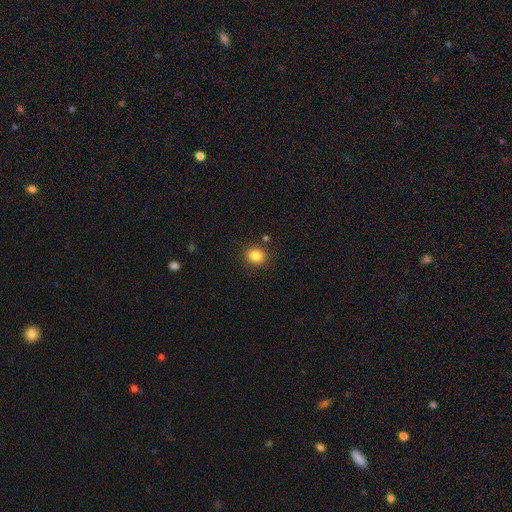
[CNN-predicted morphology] Q: Smooth or featured?
A: smooth (84%); runner-up: star or artifact (11%)
Q: How rounded?
A: round (74%); runner-up: in between (25%)
Q: Merging?
A: none (87%); runner-up: minor disturbance (8%)